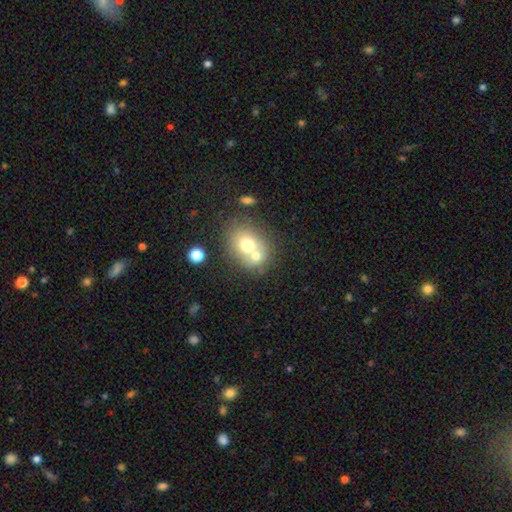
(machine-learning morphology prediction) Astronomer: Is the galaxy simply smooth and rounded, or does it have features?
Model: smooth — 66%.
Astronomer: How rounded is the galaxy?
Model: round — 60% (runner-up: in between, 39%).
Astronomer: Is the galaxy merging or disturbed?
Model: merger — 58%.